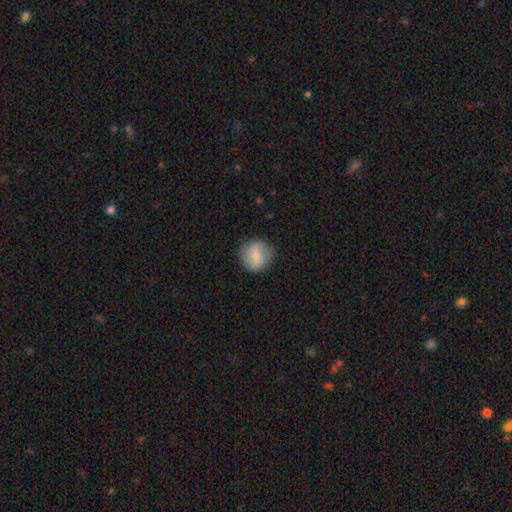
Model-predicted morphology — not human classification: Smooth or featured: smooth — 71% (featured or disk — 22%)
How rounded: round — 92% (in between — 7%)
Merging: none — 85% (minor disturbance — 11%)